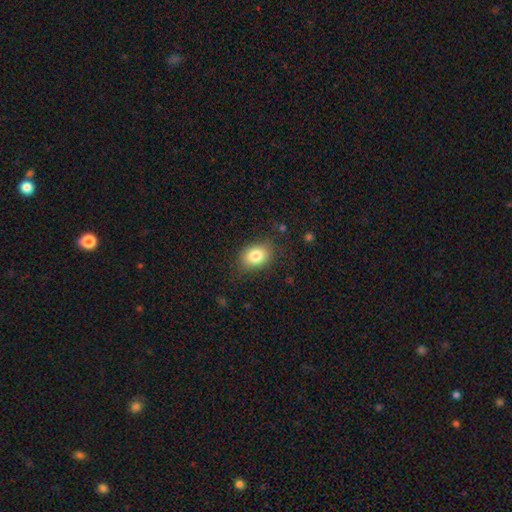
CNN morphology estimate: smooth_or_featured: smooth (p=0.83) [alt: featured or disk p=0.09]
how_rounded: in between (p=0.71) [alt: round p=0.28]
merging: none (p=0.82) [alt: minor disturbance p=0.13]